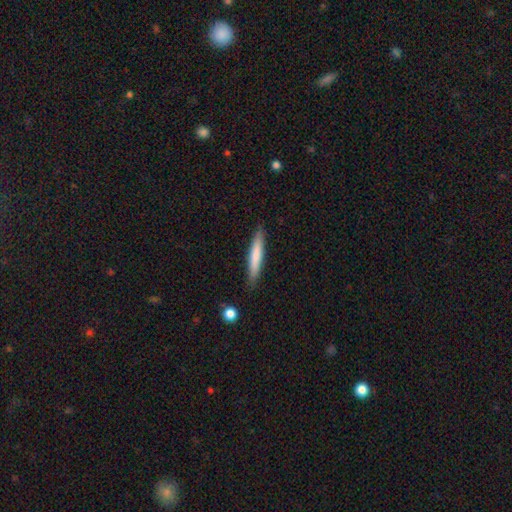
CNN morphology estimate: This is likely a smooth galaxy (73%). How rounded: clearly cigar-shaped (93%). Merging: clearly none (88%).